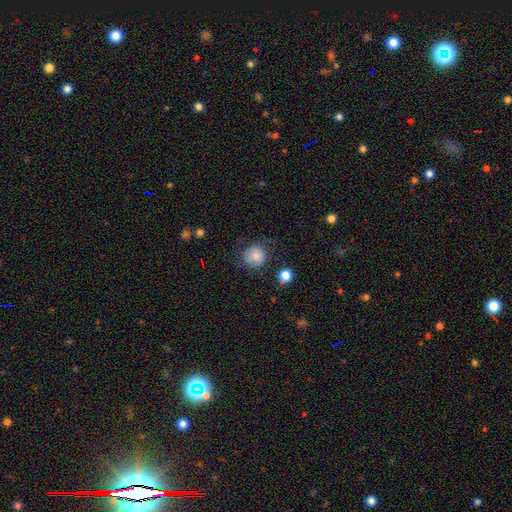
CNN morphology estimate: The model was most divided on "merging": none: 69%, minor disturbance: 20%, major disturbance: 8%, merger: 3%. More confident: how rounded — round (88%); smooth or featured — smooth (83%).